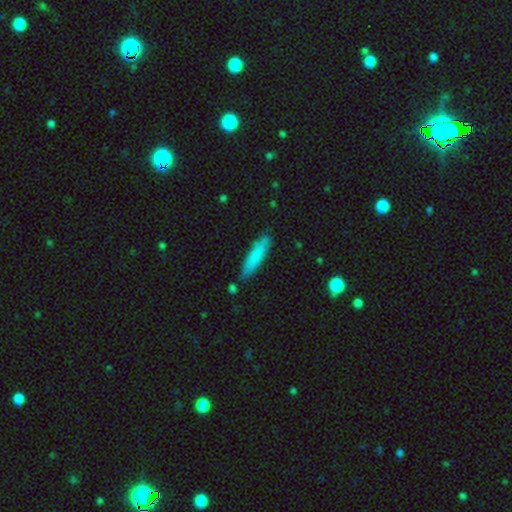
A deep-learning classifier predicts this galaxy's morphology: Smooth or featured? Predicted: smooth (p=0.81). How rounded? Predicted: cigar-shaped (p=0.82). Merging? Predicted: none (p=0.83).